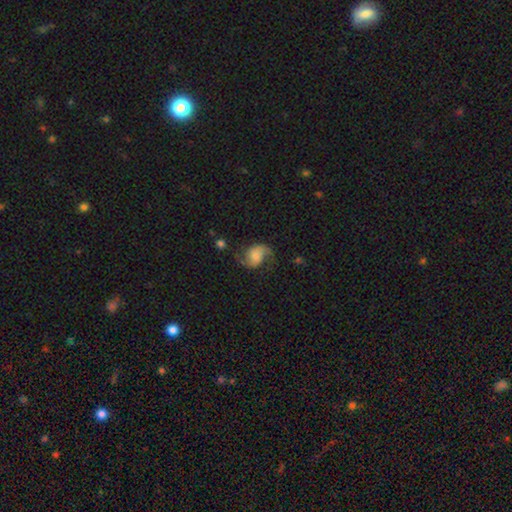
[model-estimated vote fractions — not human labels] Smooth or featured?
  - featured or disk: 79% *
  - smooth: 14%
  - star or artifact: 7%
Edge-on disk?
  - no: 98% *
  - yes: 2%
Bar?
  - no: 59% *
  - weak: 32%
  - strong: 9%
Spiral arms?
  - yes: 96% *
  - no: 4%
Spiral winding?
  - loose: 53% *
  - medium: 38%
  - tight: 9%
Spiral arm count?
  - 2: 92% *
  - can't tell: 3%
  - 1: 2%
  - 3: 1%
  - 4: 1%
  - more than 4: 1%
Bulge size?
  - small: 45% *
  - moderate: 40%
  - large: 7%
  - none: 7%
  - dominant: 2%
Merging?
  - none: 69% *
  - minor disturbance: 18%
  - major disturbance: 11%
  - merger: 2%